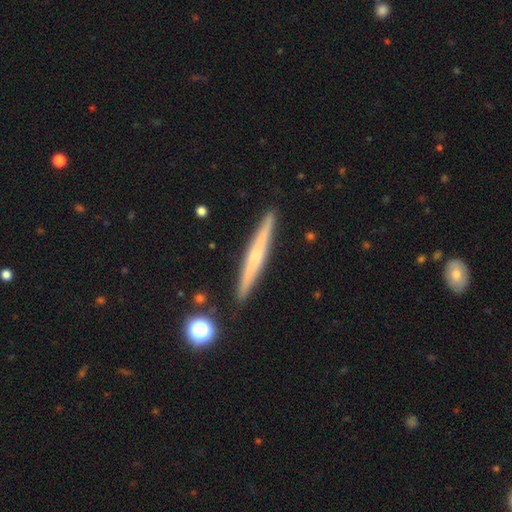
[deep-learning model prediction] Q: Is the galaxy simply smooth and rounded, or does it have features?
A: featured or disk — 56%.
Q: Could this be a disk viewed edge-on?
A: yes — 97%.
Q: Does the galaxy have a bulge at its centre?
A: rounded — 47%.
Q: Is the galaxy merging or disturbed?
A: none — 91%.